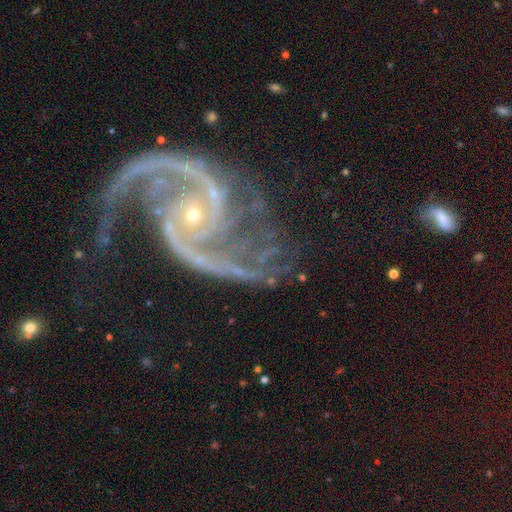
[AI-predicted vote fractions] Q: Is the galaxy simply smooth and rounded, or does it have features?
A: featured or disk — 93%.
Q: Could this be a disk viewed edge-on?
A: no — 98%.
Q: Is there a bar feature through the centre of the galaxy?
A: no — 67%.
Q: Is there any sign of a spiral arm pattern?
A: yes — 99%.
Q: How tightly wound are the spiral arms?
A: medium — 54%.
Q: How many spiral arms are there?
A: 2 — 81%.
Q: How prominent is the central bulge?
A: small — 83%.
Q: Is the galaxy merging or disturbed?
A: none — 61%.